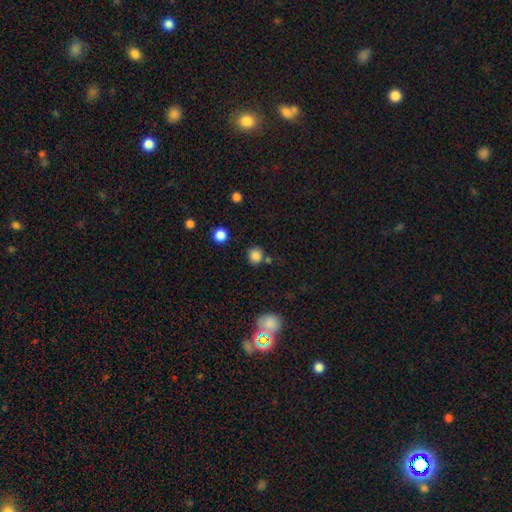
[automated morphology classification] A smooth galaxy with no disk features (82%) that is round (86%).

Vote fractions:
- Smooth or featured? smooth: 82% / star or artifact: 13% / featured or disk: 4%
- How rounded? round: 86% / in between: 13% / cigar-shaped: 1%
- Merging? none: 75% / minor disturbance: 11% / merger: 10% / major disturbance: 4%